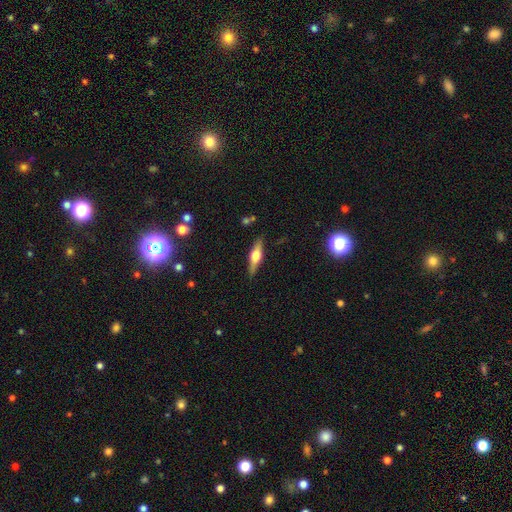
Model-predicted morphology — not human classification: Smooth or featured?
  - featured or disk: 62% *
  - smooth: 32%
  - star or artifact: 7%
Edge-on disk?
  - yes: 95% *
  - no: 5%
Edge-on bulge?
  - rounded: 91% *
  - boxy: 7%
  - none: 2%
Merging?
  - none: 86% *
  - minor disturbance: 10%
  - major disturbance: 2%
  - merger: 2%